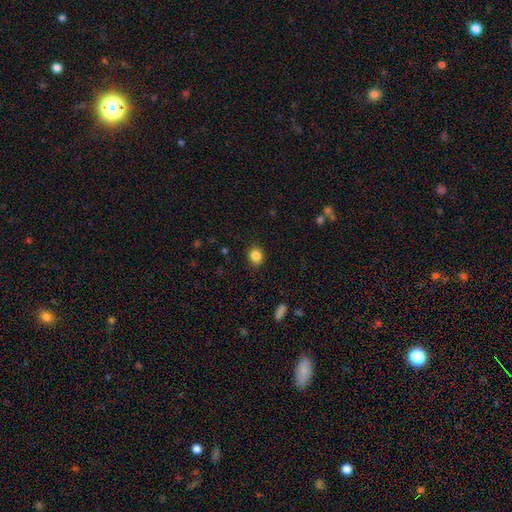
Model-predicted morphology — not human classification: smooth 85%, star or artifact 11%, featured or disk 5%. Down the decision tree: how rounded — round (75%); merging — none (89%).